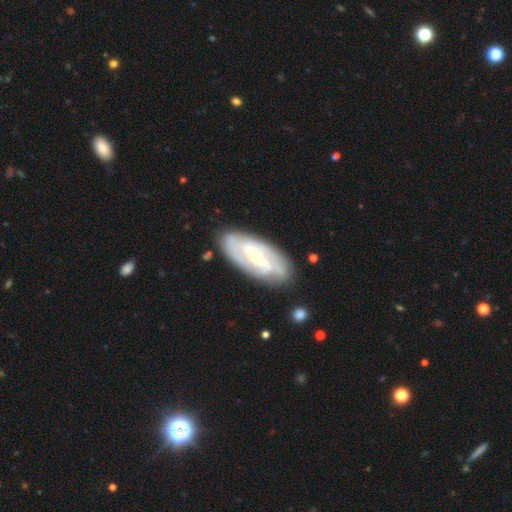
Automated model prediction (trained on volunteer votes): smooth_or_featured: featured or disk (p=0.81) [alt: smooth p=0.14]
disk_edge_on: no (p=0.93) [alt: yes p=0.07]
bar: strong (p=0.45) [alt: weak p=0.38]
has_spiral_arms: yes (p=0.91) [alt: no p=0.09]
spiral_winding: tight (p=0.53) [alt: medium p=0.35]
spiral_arm_count: 2 (p=0.56) [alt: can't tell p=0.24]
bulge_size: small (p=0.68) [alt: moderate p=0.27]
merging: none (p=0.81) [alt: minor disturbance p=0.14]